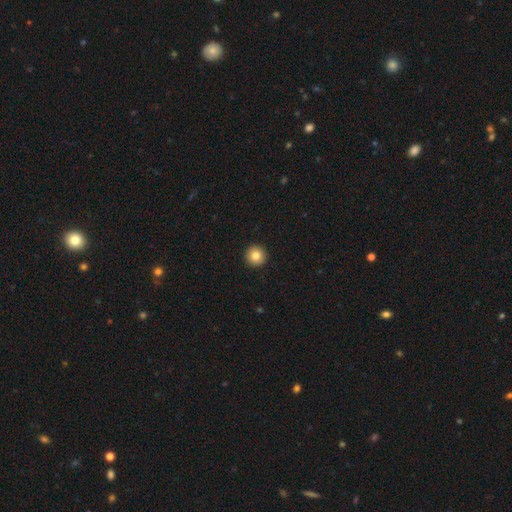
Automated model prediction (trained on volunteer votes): This is clearly a smooth galaxy (82%). How rounded: clearly round (96%). Merging: clearly none (94%).